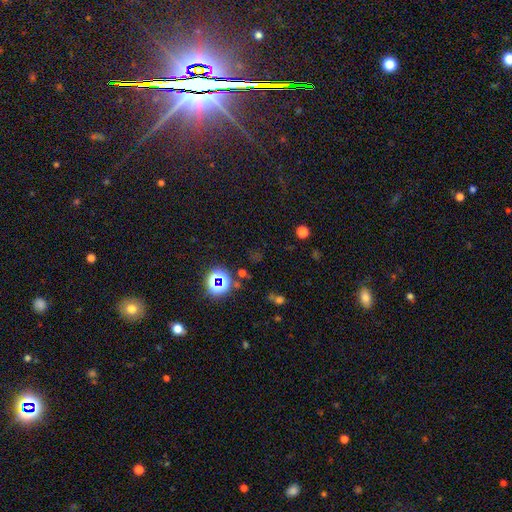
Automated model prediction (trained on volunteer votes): Smooth or featured: star or artifact — 69% (smooth — 22%)